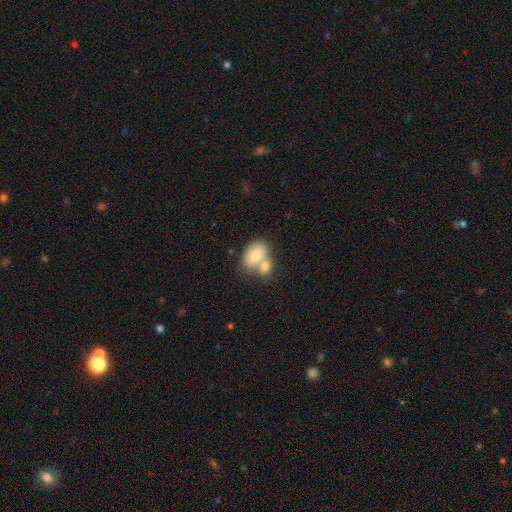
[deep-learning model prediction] Overall: smooth (76%). How rounded: in between (74%). Merging: merger (53%; none 33%).